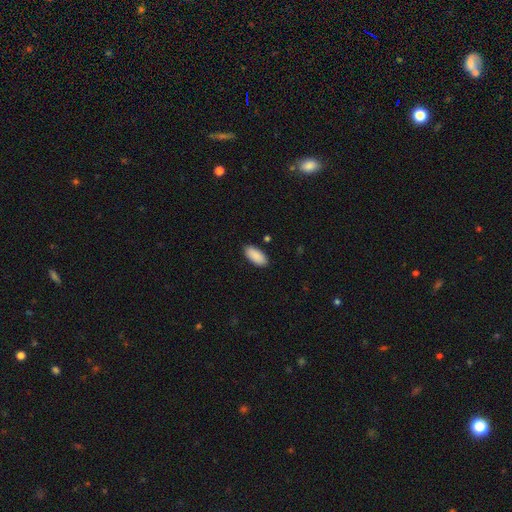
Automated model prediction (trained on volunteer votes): Smooth or featured: smooth — 91% (star or artifact — 6%)
How rounded: in between — 91% (cigar-shaped — 7%)
Merging: none — 88% (minor disturbance — 9%)